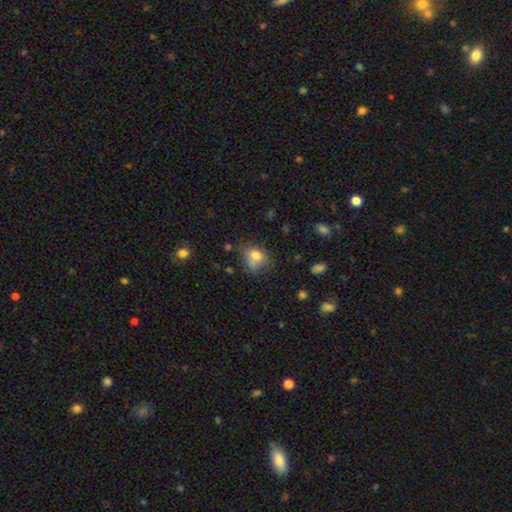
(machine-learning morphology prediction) smooth-or-featured: smooth: 74% | featured or disk: 14% | star or artifact: 12%
  how-rounded: in between: 50% | round: 49% | cigar-shaped: 1%
  merging: none: 43% | minor disturbance: 28% | merger: 16% | major disturbance: 13%